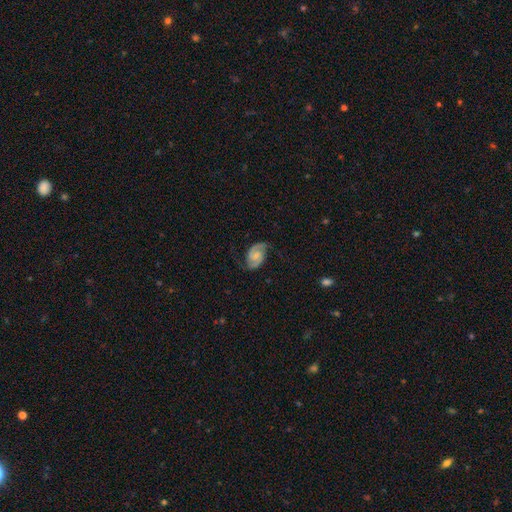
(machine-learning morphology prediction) Smooth or featured?
  - featured or disk: 84% *
  - smooth: 10%
  - star or artifact: 6%
Edge-on disk?
  - no: 98% *
  - yes: 2%
Bar?
  - no: 52% *
  - weak: 39%
  - strong: 9%
Spiral arms?
  - yes: 97% *
  - no: 3%
Spiral winding?
  - medium: 52% *
  - tight: 31%
  - loose: 17%
Spiral arm count?
  - 2: 93% *
  - can't tell: 3%
  - 1: 1%
  - 3: 1%
  - 4: 1%
  - more than 4: 1%
Bulge size?
  - small: 38% *
  - moderate: 31%
  - none: 26%
  - large: 4%
  - dominant: 1%
Merging?
  - none: 78% *
  - minor disturbance: 16%
  - major disturbance: 5%
  - merger: 1%